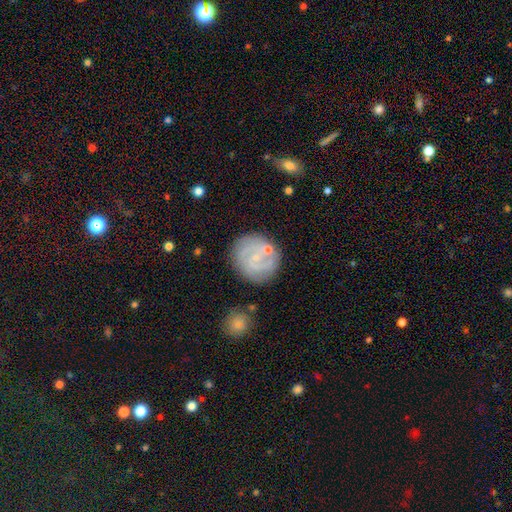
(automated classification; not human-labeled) Smooth or featured: featured or disk — 69% (smooth — 23%)
Edge-on disk: no — 98% (yes — 2%)
Bar: no — 51% (weak — 41%)
Spiral arms: yes — 89% (no — 11%)
Spiral winding: tight — 47% (medium — 38%)
Spiral arm count: 2 — 52% (can't tell — 22%)
Bulge size: small — 75% (none — 11%)
Merging: none — 75% (minor disturbance — 14%)